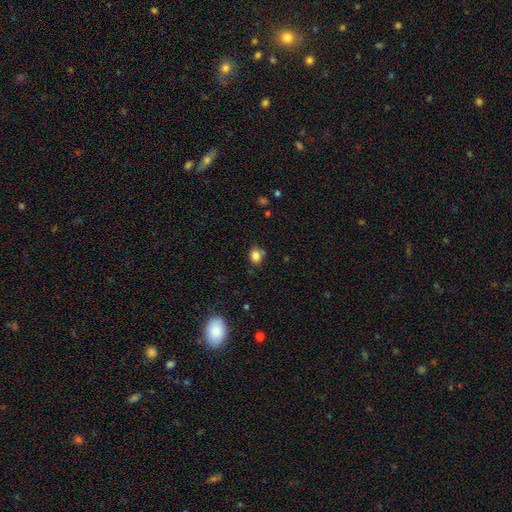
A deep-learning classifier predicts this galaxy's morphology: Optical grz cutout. It shows a smooth galaxy with no disk features (83%) that is round (67%). Merging: none (69%).